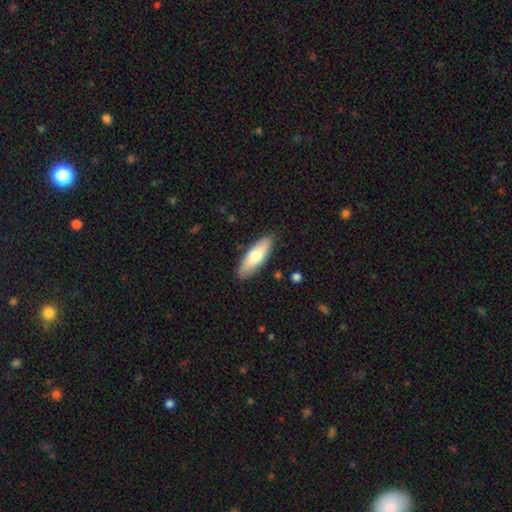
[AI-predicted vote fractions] Overall: smooth (69%). How rounded: in between (62%; cigar-shaped 36%). Merging: none (87%).